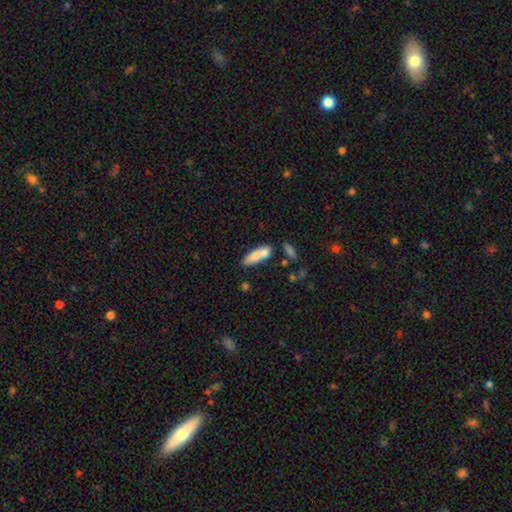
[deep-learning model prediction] A smooth galaxy with no disk features (75%) that is cigar-shaped (52%).

Vote fractions:
- Smooth or featured? smooth: 75% / featured or disk: 18% / star or artifact: 7%
- How rounded? cigar-shaped: 52% / in between: 45% / round: 2%
- Merging? none: 51% / merger: 29% / minor disturbance: 15% / major disturbance: 5%